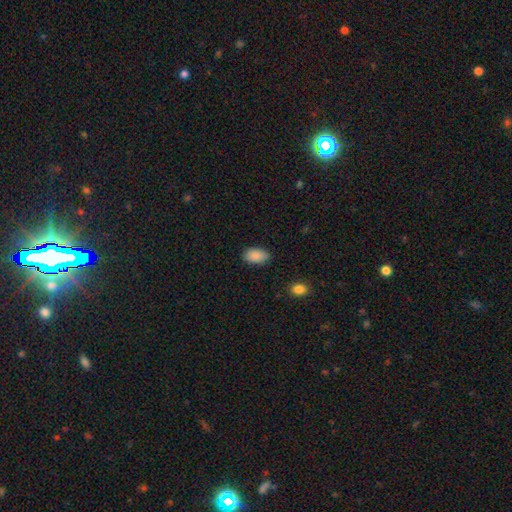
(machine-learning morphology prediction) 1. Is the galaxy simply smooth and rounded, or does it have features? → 89% smooth, 7% star or artifact, 4% featured or disk.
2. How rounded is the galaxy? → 93% in between, 6% round, 2% cigar-shaped.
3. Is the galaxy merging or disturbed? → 86% none, 11% minor disturbance, 2% major disturbance, 1% merger.